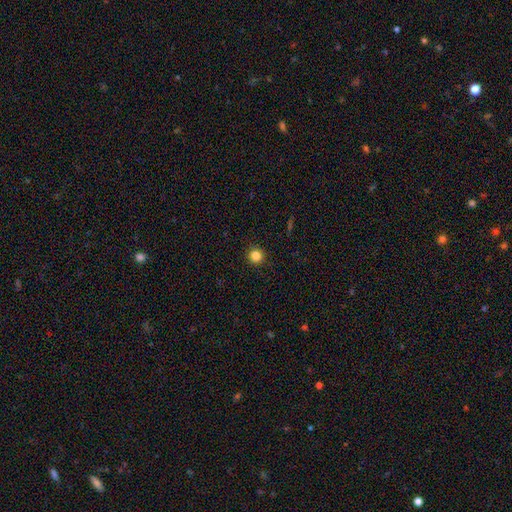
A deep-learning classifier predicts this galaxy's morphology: Smooth or featured? smooth (84%)
How rounded? round (95%)
Merging? none (93%)